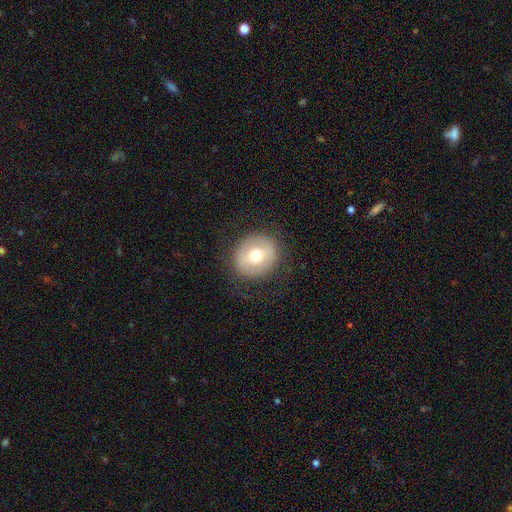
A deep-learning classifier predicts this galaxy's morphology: Smooth or featured? Predicted: smooth (p=0.55). How rounded? Predicted: round (p=0.84). Merging? Predicted: none (p=0.85).